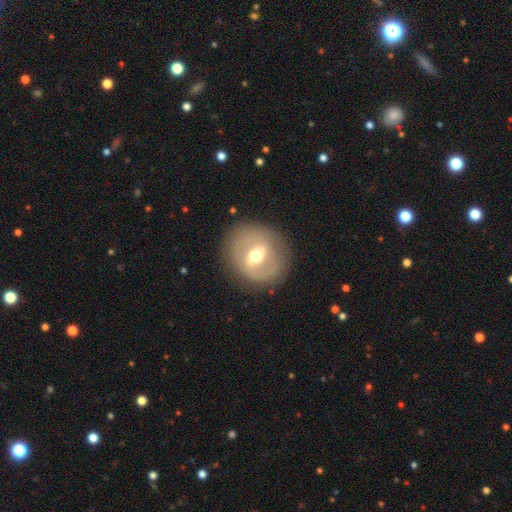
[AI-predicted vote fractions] A featured or disk galaxy (65%) with a strong bar (49%), no spiral arms (68%) and a moderate central bulge (72%).

Vote fractions:
- Smooth or featured? featured or disk: 65% / smooth: 28% / star or artifact: 7%
- Edge-on disk? no: 89% / yes: 11%
- Bar? strong: 49% / weak: 39% / no: 12%
- Spiral arms? no: 68% / yes: 32%
- Bulge size? moderate: 72% / small: 14% / large: 12% / dominant: 1% / none: 1%
- Merging? none: 82% / minor disturbance: 11% / major disturbance: 6% / merger: 1%